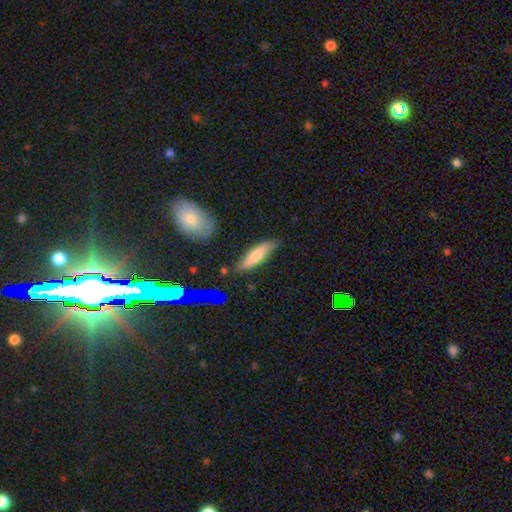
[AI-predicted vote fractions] This appears to be a smooth galaxy with no disk features (68%) that is cigar-shaped (64%). Merging: none (73%).